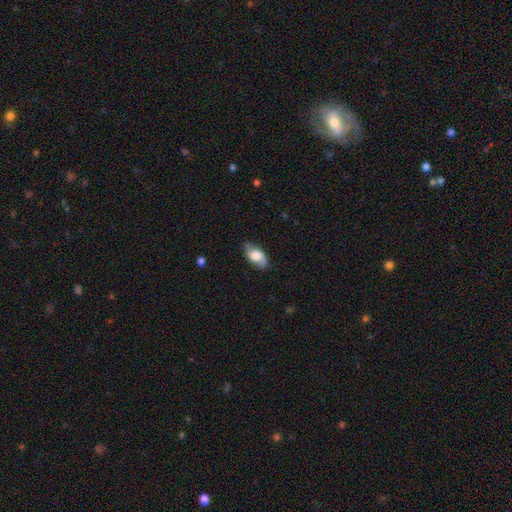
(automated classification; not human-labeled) Smooth or featured? smooth (49%)
Merging? none (78%)